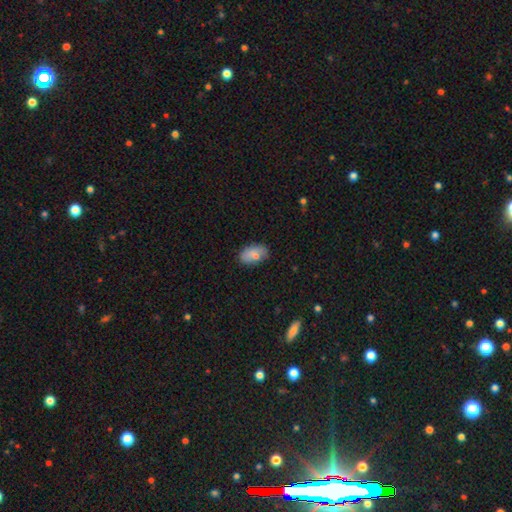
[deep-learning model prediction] Smooth or featured? smooth (77%)
How rounded? in between (92%)
Merging? none (75%)